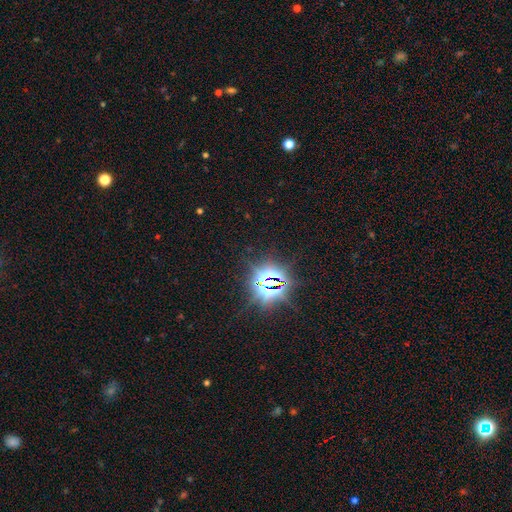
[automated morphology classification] A star or artifact, not a galaxy (82%).

Vote fractions:
- Smooth or featured? star or artifact: 82% / smooth: 11% / featured or disk: 6%